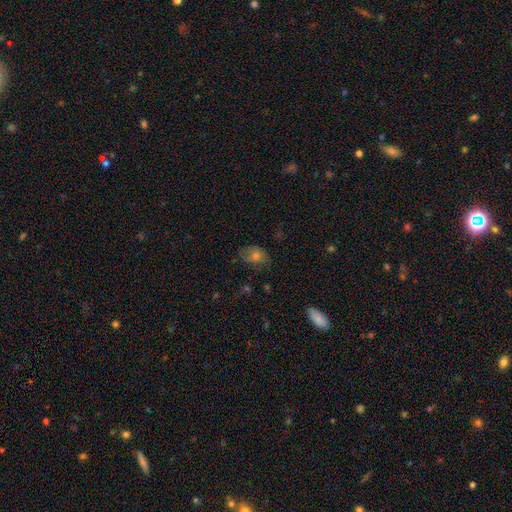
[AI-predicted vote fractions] The model was most divided on "smooth or featured": smooth: 55%, featured or disk: 28%, star or artifact: 17%. More confident: how rounded — in between (68%); merging — none (63%).